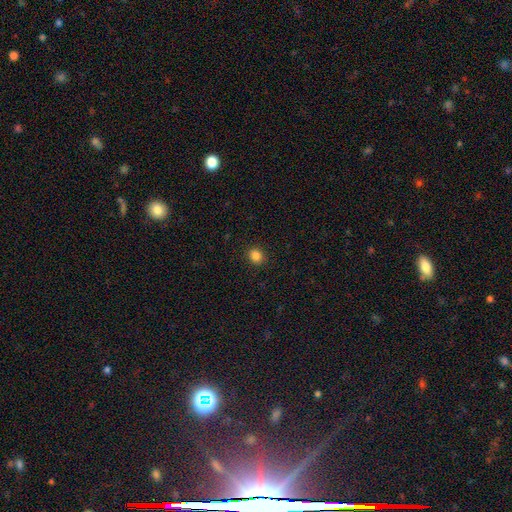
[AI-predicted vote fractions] Smooth or featured?
  - smooth: 85% *
  - star or artifact: 11%
  - featured or disk: 4%
How rounded?
  - round: 73% *
  - in between: 26%
  - cigar-shaped: 1%
Merging?
  - none: 91% *
  - minor disturbance: 6%
  - major disturbance: 2%
  - merger: 1%